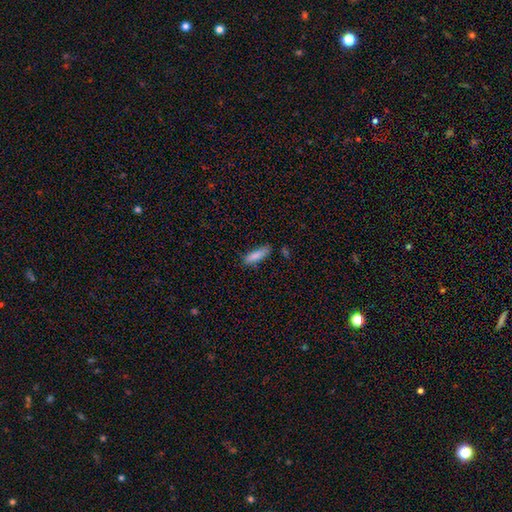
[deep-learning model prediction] Overall: smooth (85%). How rounded: cigar-shaped (62%; in between 37%). Merging: none (74%).